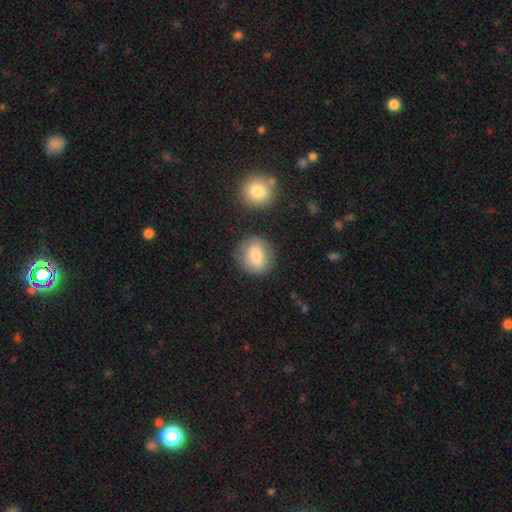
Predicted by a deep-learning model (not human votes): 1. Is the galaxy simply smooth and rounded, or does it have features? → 79% smooth, 13% featured or disk, 8% star or artifact.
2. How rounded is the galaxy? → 79% round, 20% in between, 1% cigar-shaped.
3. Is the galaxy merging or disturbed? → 81% none, 12% minor disturbance, 5% merger, 3% major disturbance.